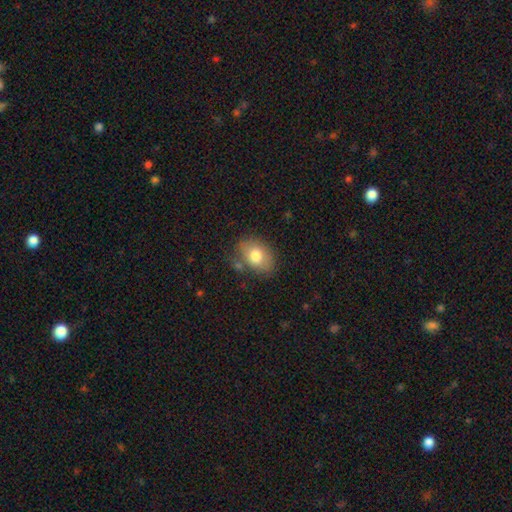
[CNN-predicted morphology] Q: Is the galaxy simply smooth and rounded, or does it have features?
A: smooth — 78%.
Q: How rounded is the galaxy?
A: in between — 76%.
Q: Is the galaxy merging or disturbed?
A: none — 72%.